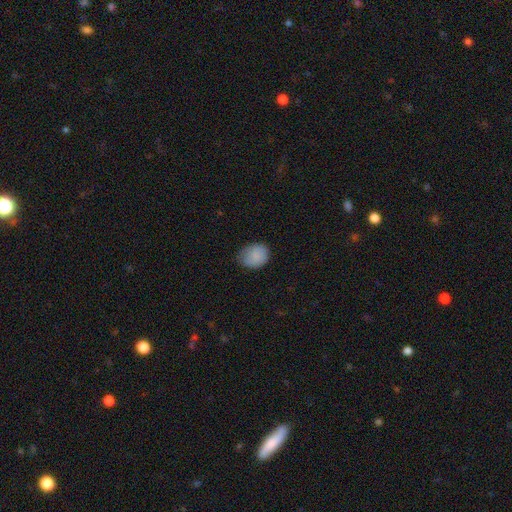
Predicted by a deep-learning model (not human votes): smooth_or_featured: smooth (p=0.86) [alt: star or artifact p=0.08]
how_rounded: round (p=0.55) [alt: in between p=0.44]
merging: none (p=0.64) [alt: minor disturbance p=0.29]